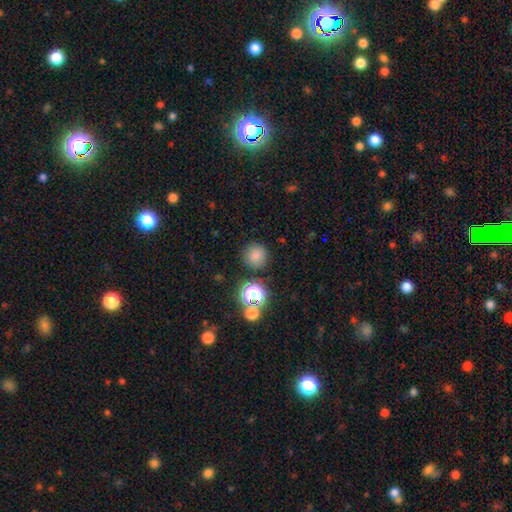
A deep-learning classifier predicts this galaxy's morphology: Smooth or featured: smooth — 77% (star or artifact — 17%)
How rounded: round — 94% (in between — 5%)
Merging: none — 84% (minor disturbance — 8%)